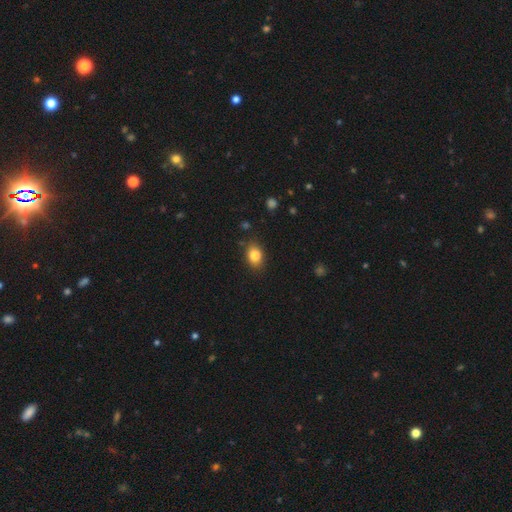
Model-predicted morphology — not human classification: Overall: smooth (83%). How rounded: in between (66%; round 32%). Merging: none (84%).